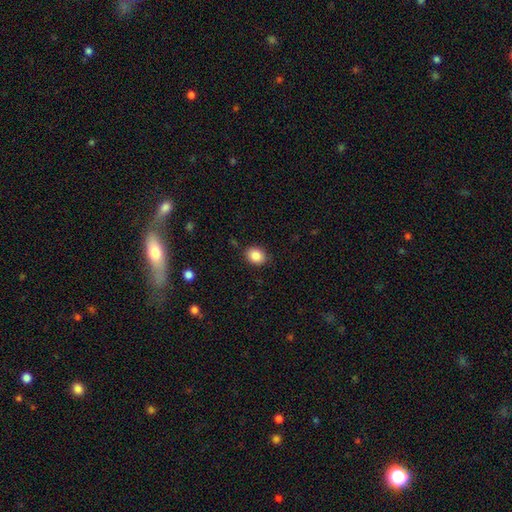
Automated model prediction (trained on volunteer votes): smooth 87%, star or artifact 9%, featured or disk 5%. Down the decision tree: how rounded — in between (51%); merging — none (86%).